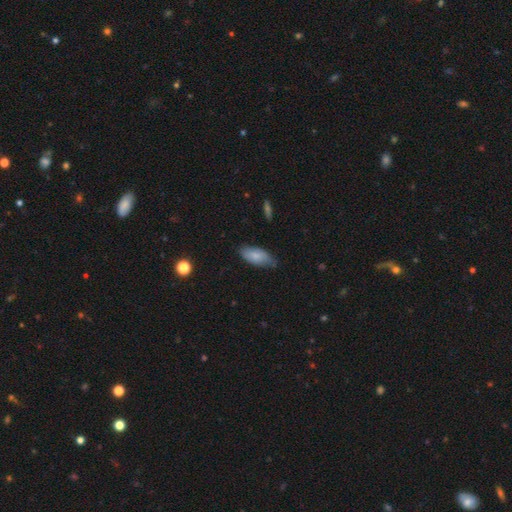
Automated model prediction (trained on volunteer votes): Q: Smooth or featured?
A: smooth (80%); runner-up: featured or disk (14%)
Q: How rounded?
A: in between (89%); runner-up: cigar-shaped (9%)
Q: Merging?
A: none (68%); runner-up: minor disturbance (27%)